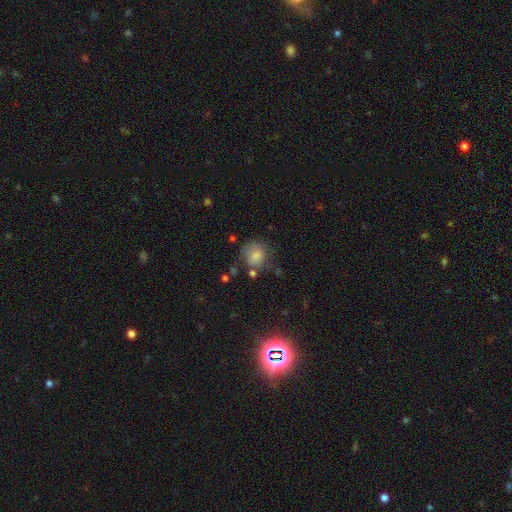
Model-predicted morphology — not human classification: This appears to be a smooth galaxy with no disk features (76%) that is round (72%). Merging: none (54%).